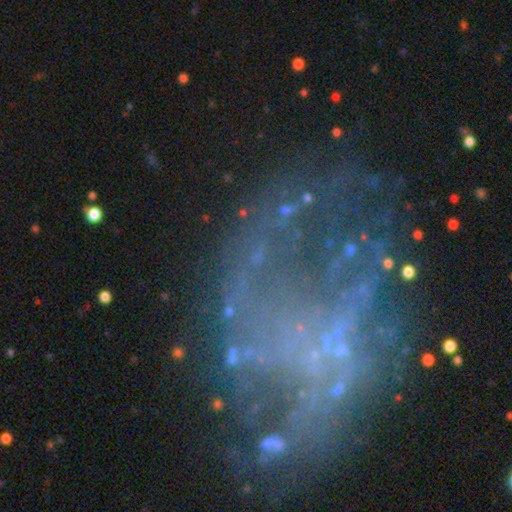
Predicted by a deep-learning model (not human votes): Smooth or featured?
  - featured or disk: 51% *
  - star or artifact: 34%
  - smooth: 15%
Edge-on disk?
  - no: 92% *
  - yes: 8%
Merging?
  - none: 60% *
  - major disturbance: 19%
  - minor disturbance: 16%
  - merger: 5%